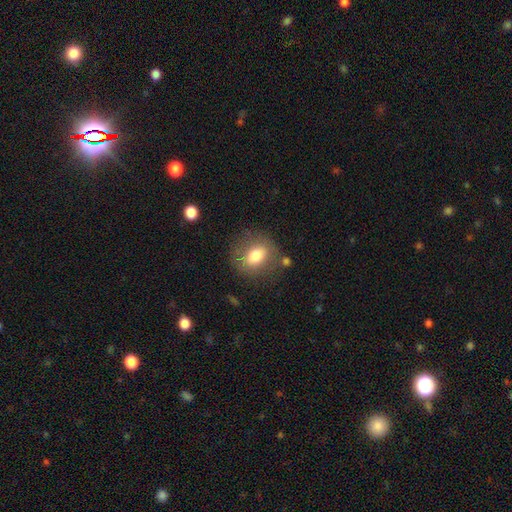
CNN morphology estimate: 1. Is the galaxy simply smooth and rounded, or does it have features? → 72% smooth, 20% featured or disk, 8% star or artifact.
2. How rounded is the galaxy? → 49% round (tied), 49% in between (tied), 2% cigar-shaped.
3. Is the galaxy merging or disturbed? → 75% none, 15% minor disturbance, 6% major disturbance, 4% merger.